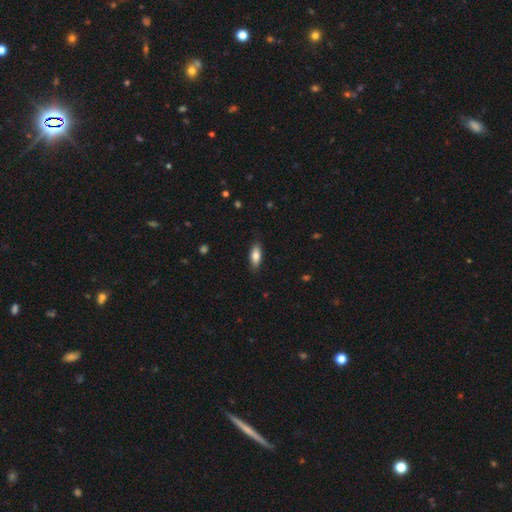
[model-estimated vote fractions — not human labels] The model was most divided on "how rounded": in between: 72%, cigar-shaped: 26%, round: 2%. More confident: merging — none (86%); smooth or featured — smooth (78%).